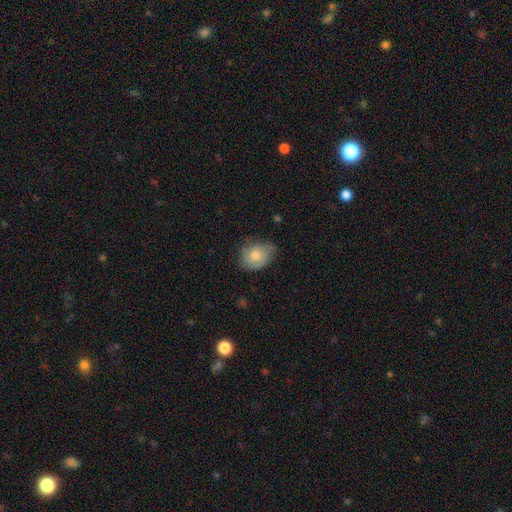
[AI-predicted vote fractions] Overall: smooth (72%). How rounded: in between (56%; round 43%). Merging: none (61%; minor disturbance 31%).